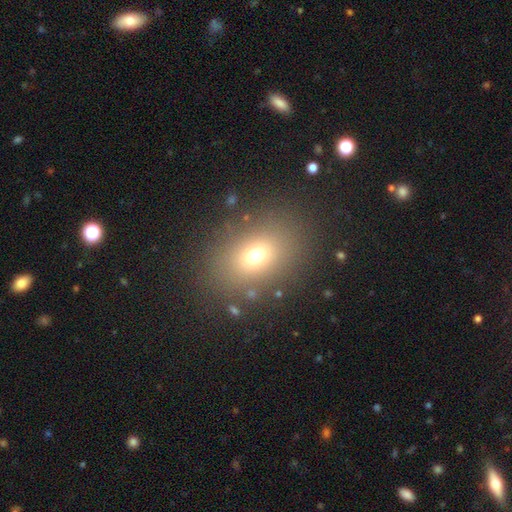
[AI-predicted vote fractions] smooth 70%, star or artifact 17%, featured or disk 13%. Down the decision tree: how rounded — in between (67%); merging — none (83%).